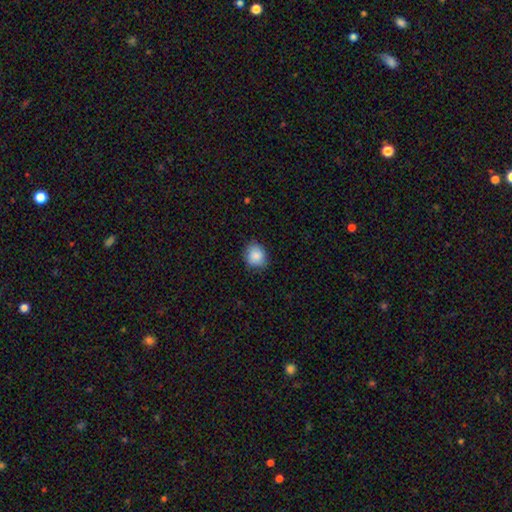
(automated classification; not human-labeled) A smooth galaxy with no disk features (87%) that is round (74%).

Vote fractions:
- Smooth or featured? smooth: 87% / star or artifact: 8% / featured or disk: 5%
- How rounded? round: 74% / in between: 25% / cigar-shaped: 1%
- Merging? none: 81% / minor disturbance: 15% / major disturbance: 3% / merger: 1%